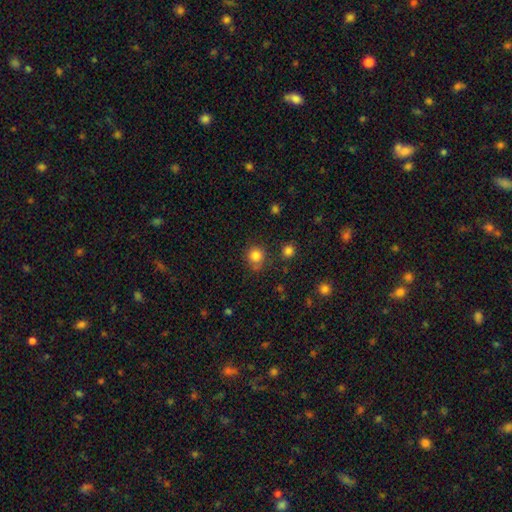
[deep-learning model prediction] Smooth or featured: smooth — 83% (star or artifact — 12%)
How rounded: round — 87% (in between — 12%)
Merging: none — 72% (minor disturbance — 17%)